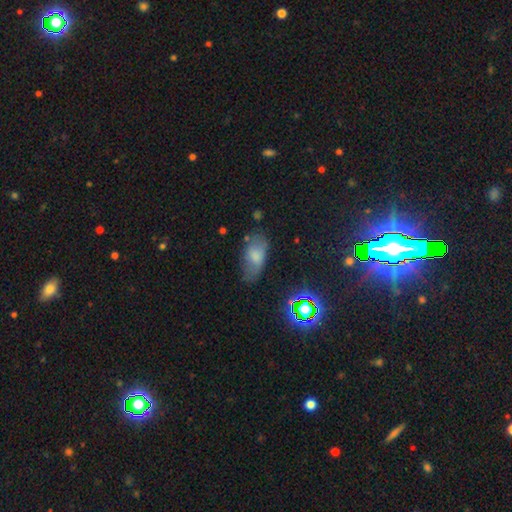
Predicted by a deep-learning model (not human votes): Smooth or featured? smooth (68%)
How rounded? in between (91%)
Merging? none (56%)